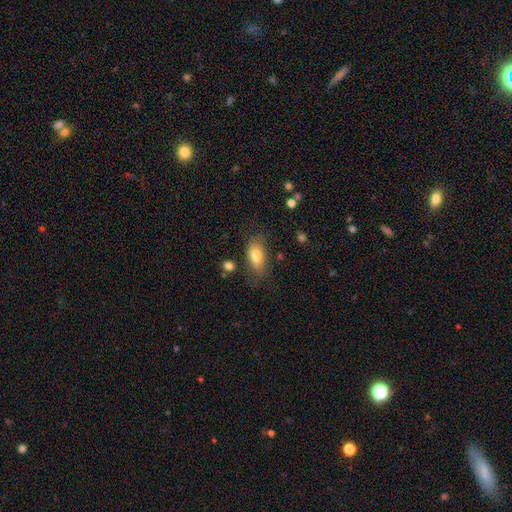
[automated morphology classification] Smooth or featured: smooth — 77% (featured or disk — 15%)
How rounded: in between — 87% (cigar-shaped — 8%)
Merging: none — 70% (minor disturbance — 20%)